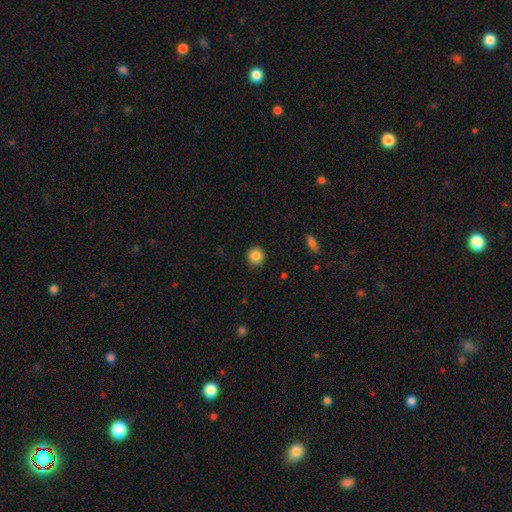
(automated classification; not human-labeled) A smooth galaxy with no disk features (86%) that is round (93%).

Vote fractions:
- Smooth or featured? smooth: 86% / star or artifact: 10% / featured or disk: 4%
- How rounded? round: 93% / in between: 6% / cigar-shaped: 1%
- Merging? none: 89% / minor disturbance: 8% / major disturbance: 2% / merger: 1%